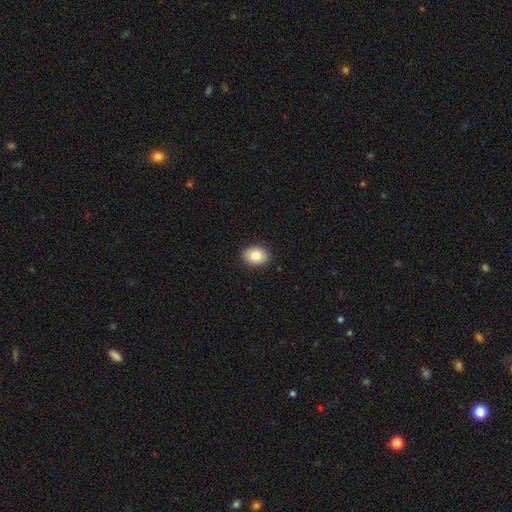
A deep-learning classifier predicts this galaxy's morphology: Smooth or featured?
  - smooth: 84% *
  - star or artifact: 8%
  - featured or disk: 8%
How rounded?
  - in between: 64% *
  - round: 36%
  - cigar-shaped: 1%
Merging?
  - none: 91% *
  - minor disturbance: 7%
  - major disturbance: 2%
  - merger: 1%